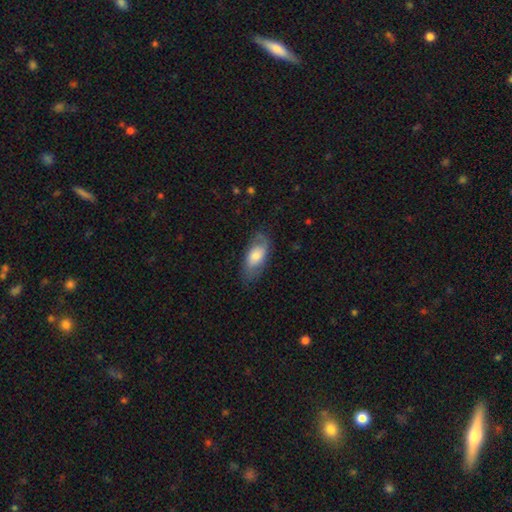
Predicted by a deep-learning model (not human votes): A smooth galaxy with no disk features (62%) that is in between round and cigar-shaped (89%). Merging: none (66%).